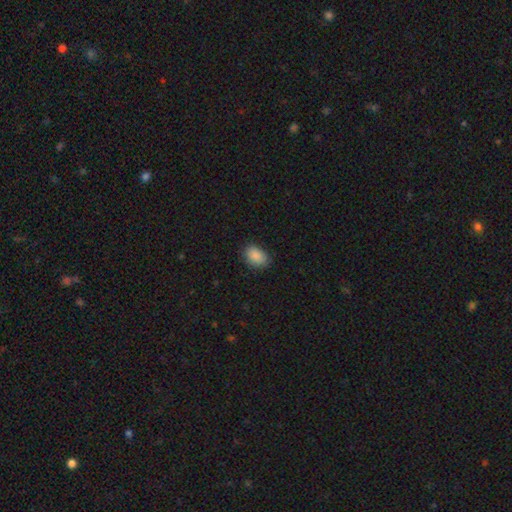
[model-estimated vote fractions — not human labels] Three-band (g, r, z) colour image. It shows a smooth galaxy with no disk features (88%) that is in between round and cigar-shaped (77%). Merging: none (82%).